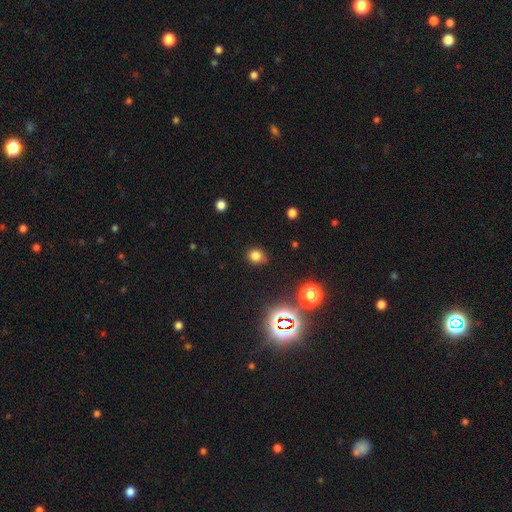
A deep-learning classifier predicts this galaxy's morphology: smooth_or_featured: smooth (p=0.75) [alt: star or artifact p=0.19]
how_rounded: round (p=0.76) [alt: in between p=0.23]
merging: none (p=0.81) [alt: minor disturbance p=0.14]